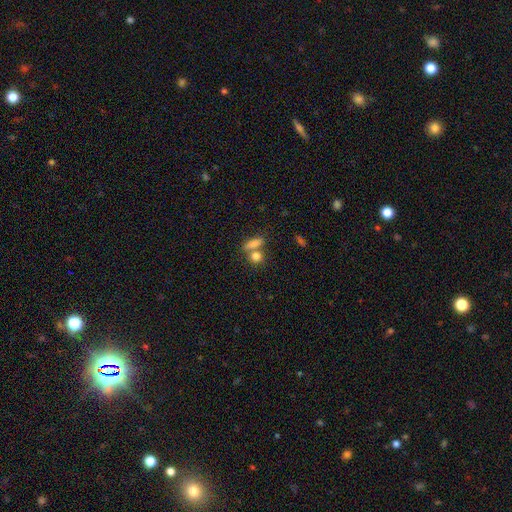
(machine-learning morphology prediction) Smooth or featured? Predicted: smooth (p=0.81). How rounded? Predicted: round (p=0.48). Merging? Predicted: none (p=0.50).